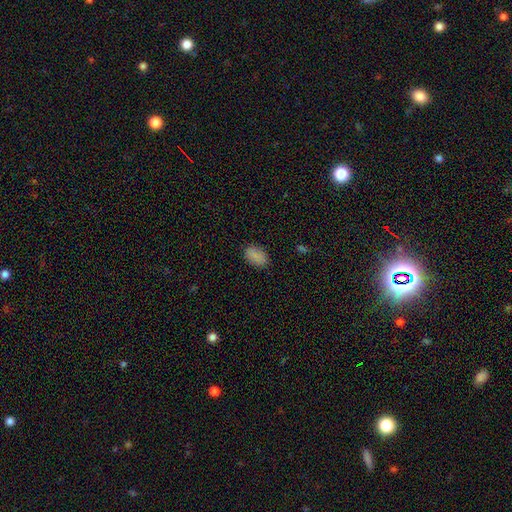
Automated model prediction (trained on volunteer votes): smooth 88%, star or artifact 9%, featured or disk 3%. Down the decision tree: how rounded — in between (91%); merging — none (86%).